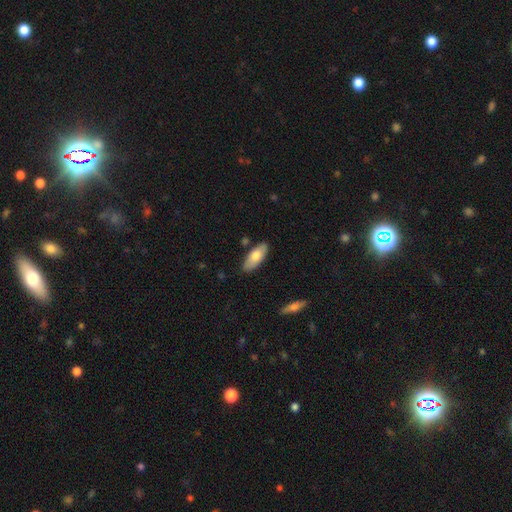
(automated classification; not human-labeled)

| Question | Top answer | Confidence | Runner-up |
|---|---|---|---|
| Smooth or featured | smooth | 72% | featured or disk (22%) |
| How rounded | in between | 83% | cigar-shaped (15%) |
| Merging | none | 83% | minor disturbance (12%) |